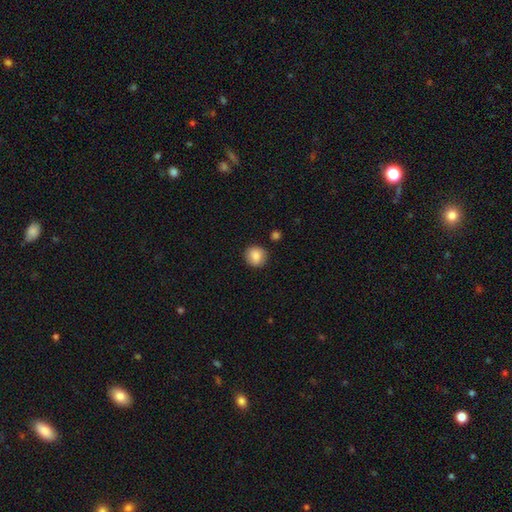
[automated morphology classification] A smooth galaxy with no disk features (86%) that is round (87%). Merging: none (88%).